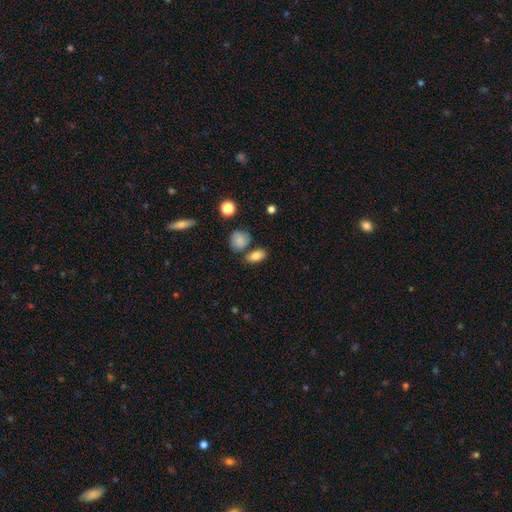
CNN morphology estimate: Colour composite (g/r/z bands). It shows a smooth galaxy with no disk features (83%) that is in between round and cigar-shaped (84%). Merging: none (70%).